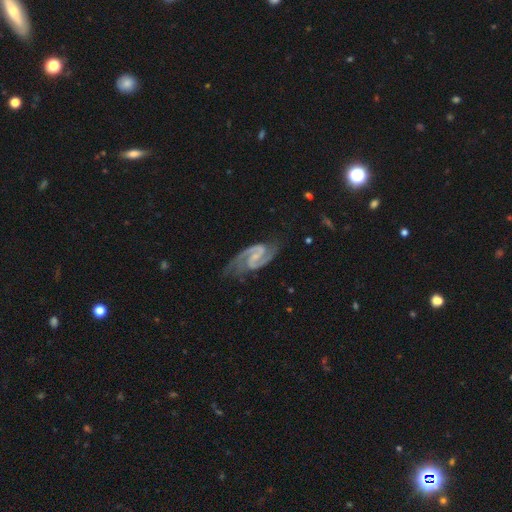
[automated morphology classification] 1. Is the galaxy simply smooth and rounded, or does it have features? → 93% featured or disk, 4% star or artifact, 3% smooth.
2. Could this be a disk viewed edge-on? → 98% no, 2% yes.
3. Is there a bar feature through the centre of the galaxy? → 49% weak, 27% strong, 24% no.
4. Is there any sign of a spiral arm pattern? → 99% yes, 1% no.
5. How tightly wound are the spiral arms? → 62% medium, 24% tight, 14% loose.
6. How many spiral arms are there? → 94% 2, 1% can't tell, 1% 3, 1% 1, 1% 4, 1% more than 4.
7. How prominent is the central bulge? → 55% small, 27% none, 16% moderate, 1% large, 1% dominant.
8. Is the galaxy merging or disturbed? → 72% none, 19% minor disturbance, 7% major disturbance, 2% merger.